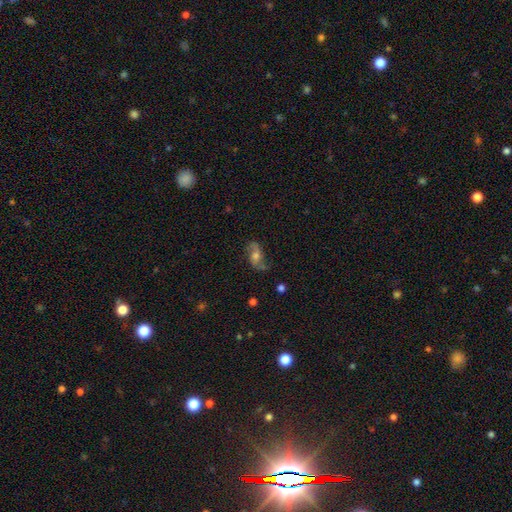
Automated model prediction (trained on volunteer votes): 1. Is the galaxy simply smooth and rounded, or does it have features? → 73% featured or disk, 18% smooth, 9% star or artifact.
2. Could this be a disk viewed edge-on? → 94% no, 6% yes.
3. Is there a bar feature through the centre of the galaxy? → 63% no, 30% weak, 7% strong.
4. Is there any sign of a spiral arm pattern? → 92% yes, 8% no.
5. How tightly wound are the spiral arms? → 65% loose, 28% medium, 8% tight.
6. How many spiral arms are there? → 91% 2, 4% can't tell, 2% 1, 1% 3, 1% 4, 1% more than 4.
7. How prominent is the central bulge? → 60% moderate, 23% small, 12% large, 4% none, 2% dominant.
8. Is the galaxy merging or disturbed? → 73% none, 17% minor disturbance, 8% major disturbance, 2% merger.